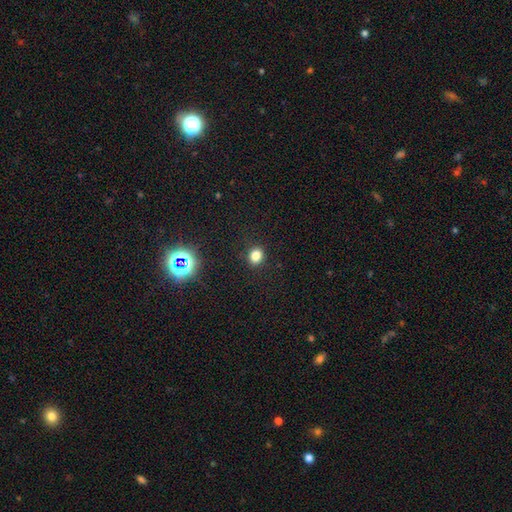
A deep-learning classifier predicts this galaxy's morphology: Smooth or featured?
  - smooth: 80% *
  - star or artifact: 15%
  - featured or disk: 5%
How rounded?
  - round: 68% *
  - in between: 31%
  - cigar-shaped: 1%
Merging?
  - none: 90% *
  - minor disturbance: 7%
  - major disturbance: 2%
  - merger: 1%